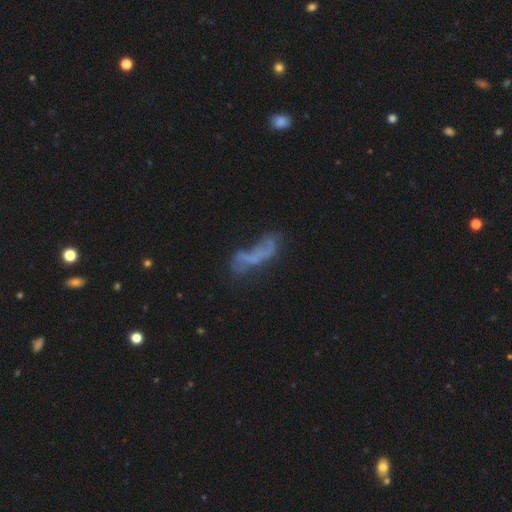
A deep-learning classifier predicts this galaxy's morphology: A featured or disk galaxy (49%).

Vote fractions:
- Smooth or featured? featured or disk: 49% / smooth: 35% / star or artifact: 16%
- Merging? none: 33% (tied) / major disturbance: 33% (tied) / minor disturbance: 20% / merger: 14%